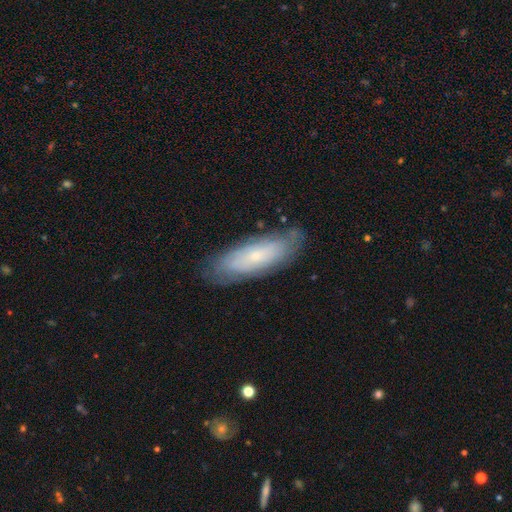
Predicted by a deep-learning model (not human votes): Morphology: type=smooth (47%); merging=none (78%).